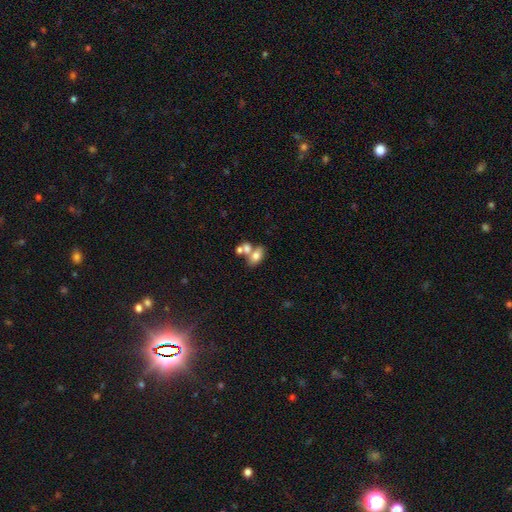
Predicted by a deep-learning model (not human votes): smooth_or_featured: smooth (p=0.70) [alt: featured or disk p=0.21]
how_rounded: in between (p=0.85) [alt: round p=0.12]
merging: merger (p=0.46) [alt: none p=0.38]